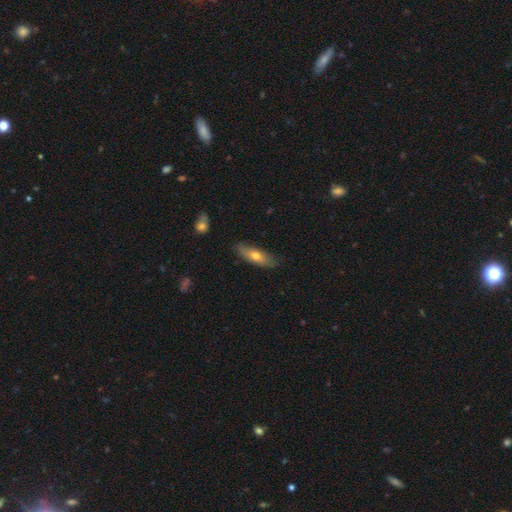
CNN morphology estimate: Smooth or featured?
  - smooth: 62% *
  - featured or disk: 32%
  - star or artifact: 6%
How rounded?
  - in between: 54% *
  - cigar-shaped: 43%
  - round: 3%
Merging?
  - none: 80% *
  - minor disturbance: 16%
  - major disturbance: 3%
  - merger: 2%